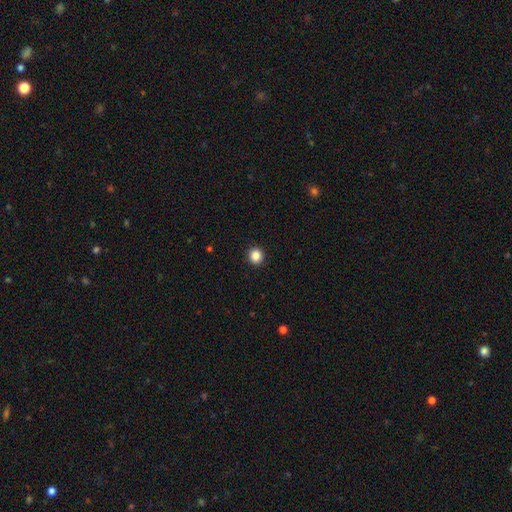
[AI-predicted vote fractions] This is clearly a smooth galaxy (86%). How rounded: clearly round (91%). Merging: clearly none (93%).